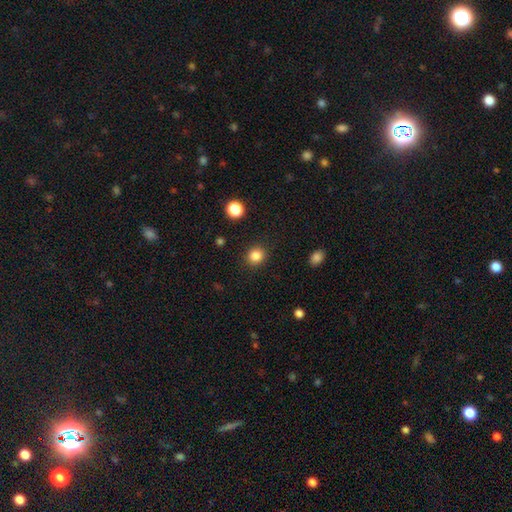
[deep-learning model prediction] Morphology: type=smooth (84%); roundness=round (84%); merging=none (90%).